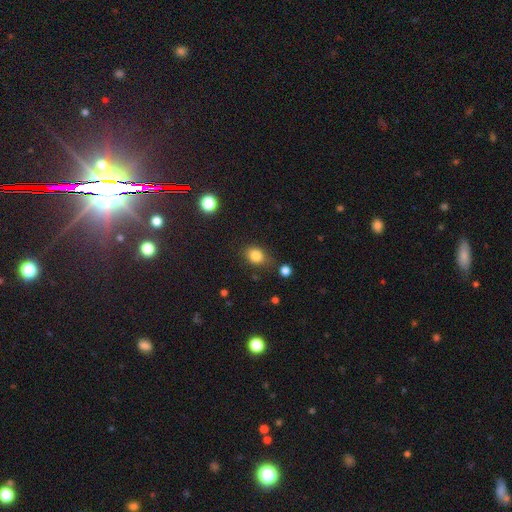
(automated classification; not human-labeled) A smooth galaxy with no disk features (82%) that is in between round and cigar-shaped (52%). Merging: none (76%).